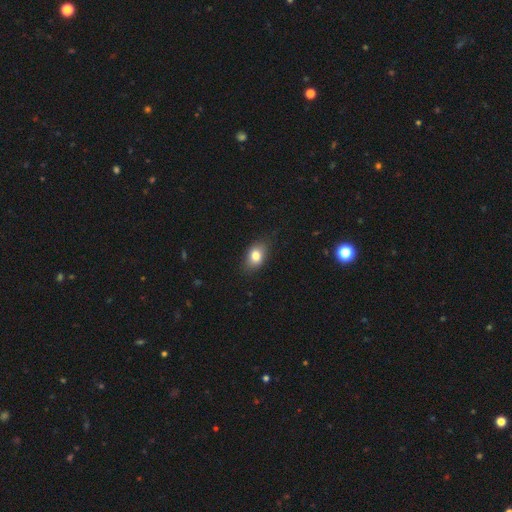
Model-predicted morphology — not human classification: type=smooth (80%); roundness=in between (78%); merging=none (79%).